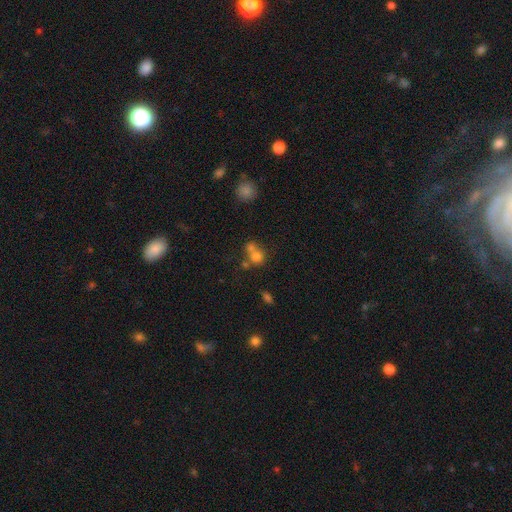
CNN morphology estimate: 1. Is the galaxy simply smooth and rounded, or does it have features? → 72% smooth, 14% featured or disk, 13% star or artifact.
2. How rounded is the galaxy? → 74% round, 25% in between, 1% cigar-shaped.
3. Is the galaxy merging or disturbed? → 51% merger, 34% none, 9% minor disturbance, 6% major disturbance.